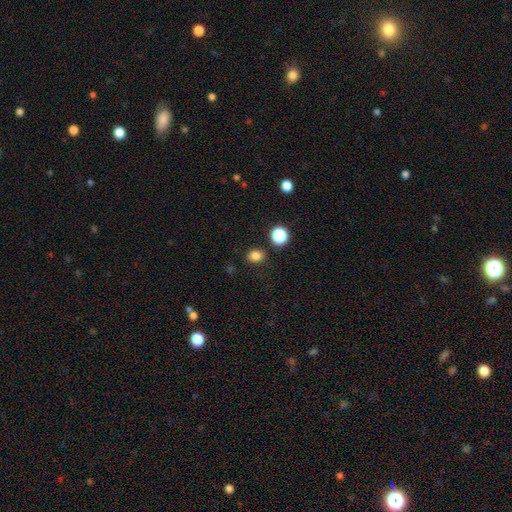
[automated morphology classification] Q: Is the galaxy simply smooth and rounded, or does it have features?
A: smooth — 81%.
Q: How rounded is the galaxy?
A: round — 60%.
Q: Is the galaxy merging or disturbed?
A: none — 85%.